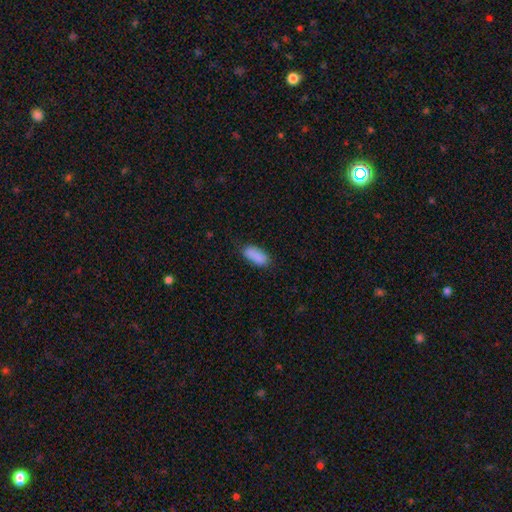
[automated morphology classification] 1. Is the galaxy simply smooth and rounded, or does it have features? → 88% smooth, 7% star or artifact, 5% featured or disk.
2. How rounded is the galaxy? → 82% in between, 16% cigar-shaped, 2% round.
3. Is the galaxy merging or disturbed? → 79% none, 16% minor disturbance, 3% major disturbance, 2% merger.